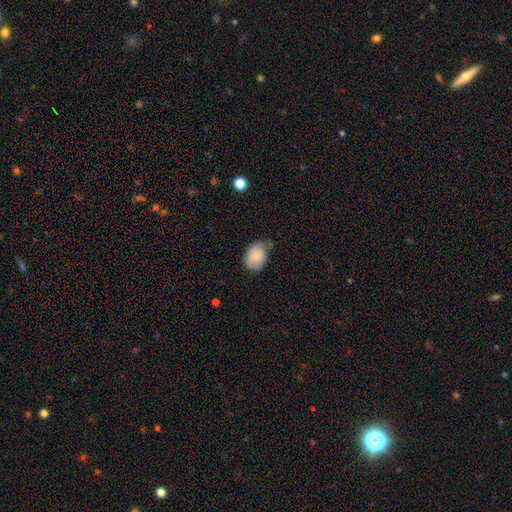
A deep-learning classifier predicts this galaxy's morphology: The model was most divided on "merging": none: 51%, minor disturbance: 36%, major disturbance: 9%, merger: 4%. More confident: smooth or featured — smooth (82%); how rounded — in between (74%).